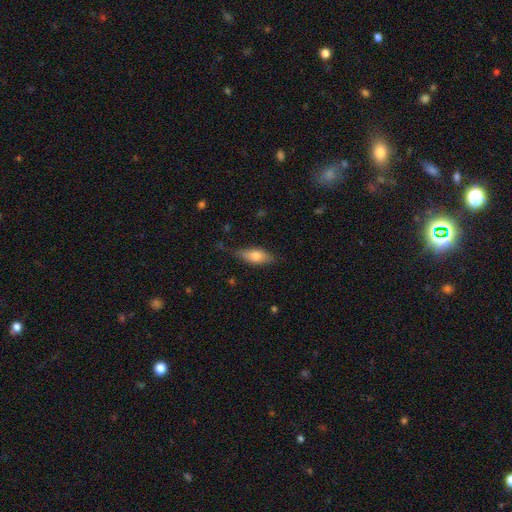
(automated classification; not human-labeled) smooth 71%, featured or disk 22%, star or artifact 7%. Down the decision tree: how rounded — in between (75%); merging — none (73%).